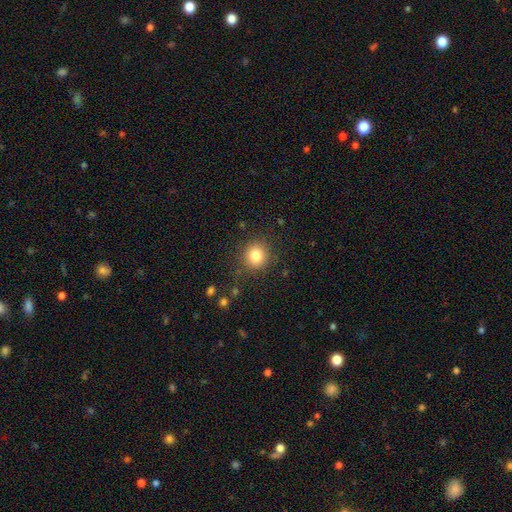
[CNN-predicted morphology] smooth-or-featured: smooth: 82% | star or artifact: 11% | featured or disk: 7%
  how-rounded: round: 90% | in between: 10% | cigar-shaped: 1%
  merging: none: 86% | minor disturbance: 9% | major disturbance: 3% | merger: 1%